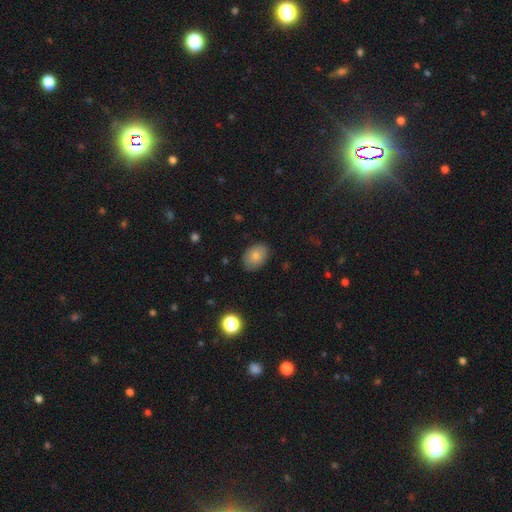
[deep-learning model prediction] This is clearly a smooth galaxy (82%). How rounded: likely in between (79%). Merging: clearly none (84%).